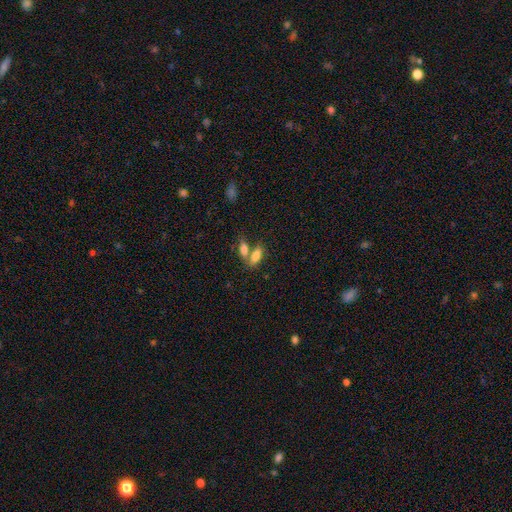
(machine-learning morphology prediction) A smooth galaxy with no disk features (78%) that is in between round and cigar-shaped (79%).

Vote fractions:
- Smooth or featured? smooth: 78% / featured or disk: 14% / star or artifact: 8%
- How rounded? in between: 79% / cigar-shaped: 18% / round: 4%
- Merging? merger: 48% / none: 39% / minor disturbance: 9% / major disturbance: 4%